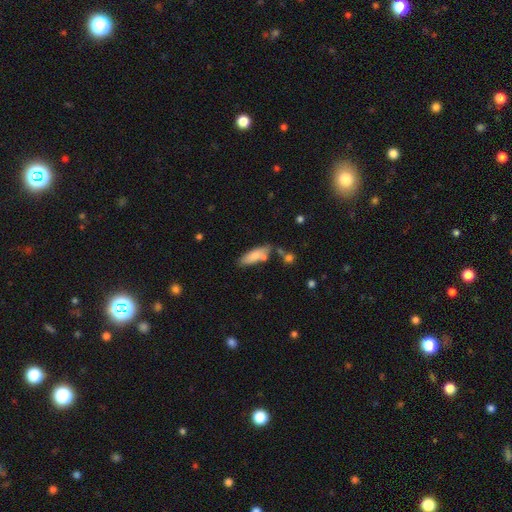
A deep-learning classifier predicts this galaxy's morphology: type=smooth (78%); roundness=in between (59%); merging=none (66%).